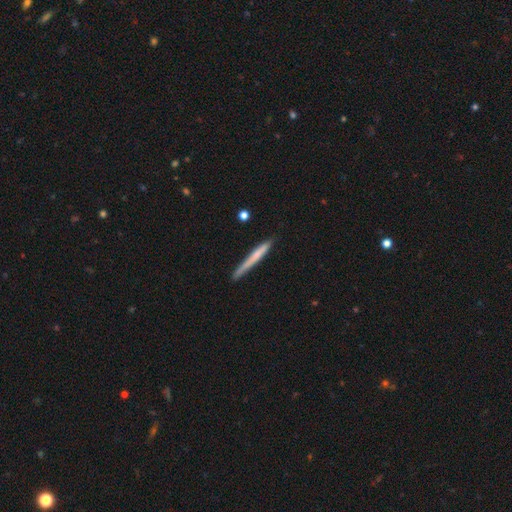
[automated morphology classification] Q: Smooth or featured?
A: smooth (59%); runner-up: featured or disk (36%)
Q: How rounded?
A: cigar-shaped (97%); runner-up: in between (2%)
Q: Merging?
A: none (78%); runner-up: minor disturbance (17%)